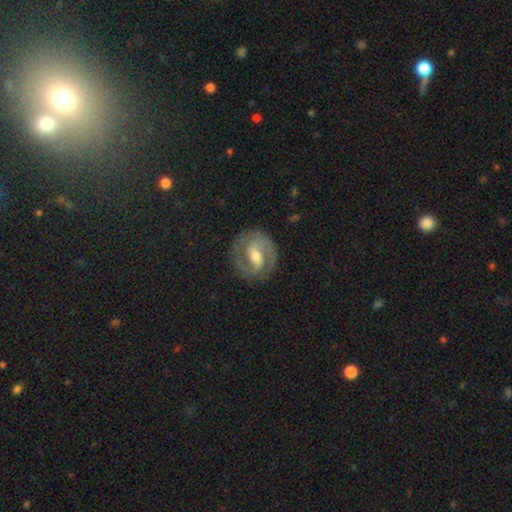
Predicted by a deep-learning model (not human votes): Smooth or featured? featured or disk (80%)
Edge-on disk? no (97%)
Bar? weak (47%)
Spiral arms? yes (90%)
Spiral winding? tight (48%)
Spiral arm count? 2 (87%)
Bulge size? moderate (64%)
Merging? none (84%)